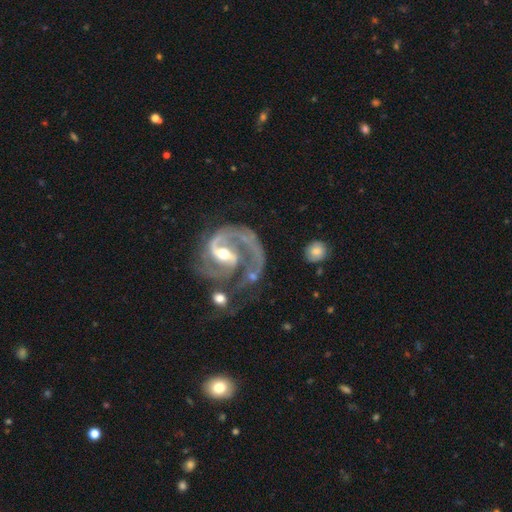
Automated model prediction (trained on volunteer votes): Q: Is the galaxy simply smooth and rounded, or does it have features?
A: featured or disk — 89%.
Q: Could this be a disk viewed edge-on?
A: no — 98%.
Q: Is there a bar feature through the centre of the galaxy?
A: weak — 42%.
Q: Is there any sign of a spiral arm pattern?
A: yes — 95%.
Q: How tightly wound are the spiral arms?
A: medium — 52%.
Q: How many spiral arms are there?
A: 2 — 59%.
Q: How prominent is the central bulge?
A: moderate — 54%.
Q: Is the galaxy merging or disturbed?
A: none — 44%.